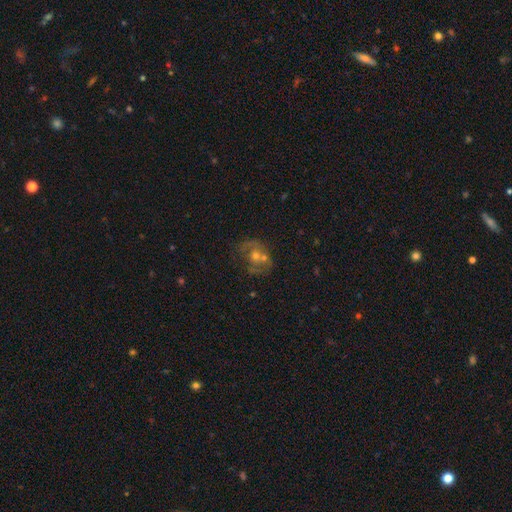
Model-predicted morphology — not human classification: Smooth or featured? featured or disk (58%)
Edge-on disk? no (97%)
Bar? no (79%)
Spiral arms? yes (53%)
Bulge size? moderate (58%)
Merging? none (44%)